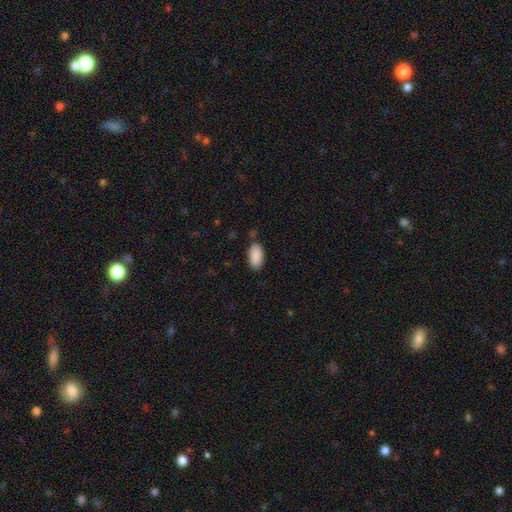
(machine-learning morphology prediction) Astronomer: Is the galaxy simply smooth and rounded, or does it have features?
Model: smooth — 90%.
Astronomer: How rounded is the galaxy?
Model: in between — 94%.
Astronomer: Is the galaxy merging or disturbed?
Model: none — 81%.